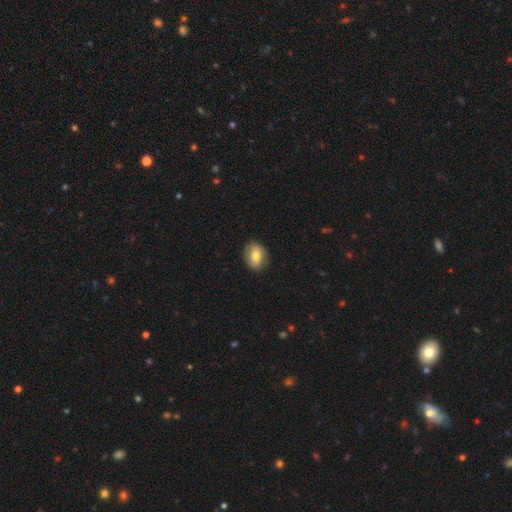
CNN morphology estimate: A smooth galaxy with no disk features (66%) that is in between round and cigar-shaped (64%).

Vote fractions:
- Smooth or featured? smooth: 66% / featured or disk: 27% / star or artifact: 7%
- How rounded? in between: 64% / round: 35% / cigar-shaped: 2%
- Merging? none: 84% / minor disturbance: 12% / major disturbance: 3% / merger: 1%